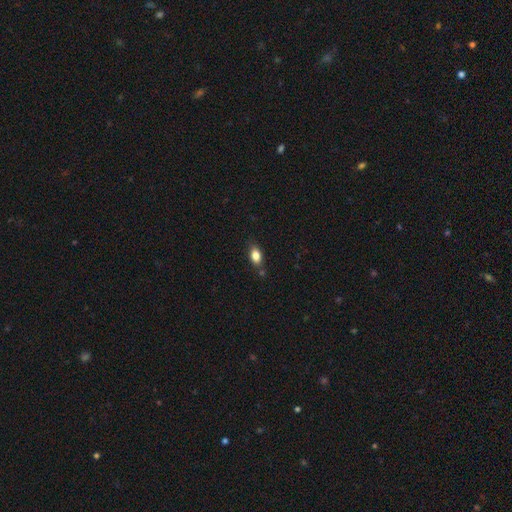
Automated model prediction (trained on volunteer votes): A smooth galaxy with no disk features (82%) that is in between round and cigar-shaped (82%).

Vote fractions:
- Smooth or featured? smooth: 82% / star or artifact: 9% / featured or disk: 9%
- How rounded? in between: 82% / round: 14% / cigar-shaped: 4%
- Merging? none: 75% / minor disturbance: 17% / merger: 5% / major disturbance: 3%